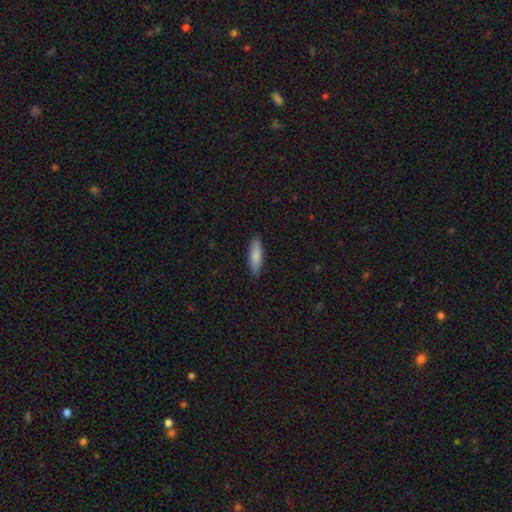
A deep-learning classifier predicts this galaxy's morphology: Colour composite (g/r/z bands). It shows a smooth galaxy with no disk features (84%) that is cigar-shaped (51%). Merging: none (88%).